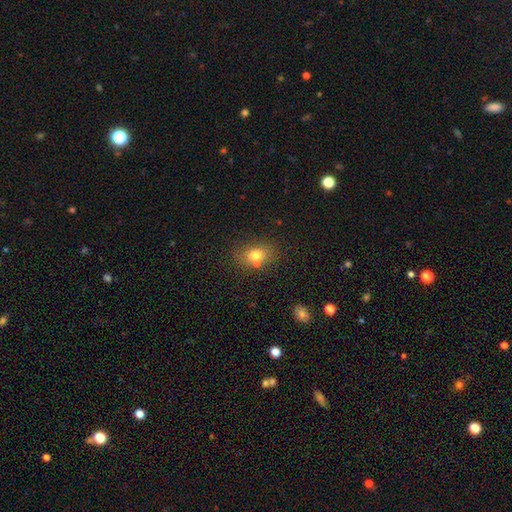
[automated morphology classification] Smooth or featured? Predicted: smooth (p=0.75). How rounded? Predicted: in between (p=0.67). Merging? Predicted: none (p=0.65).